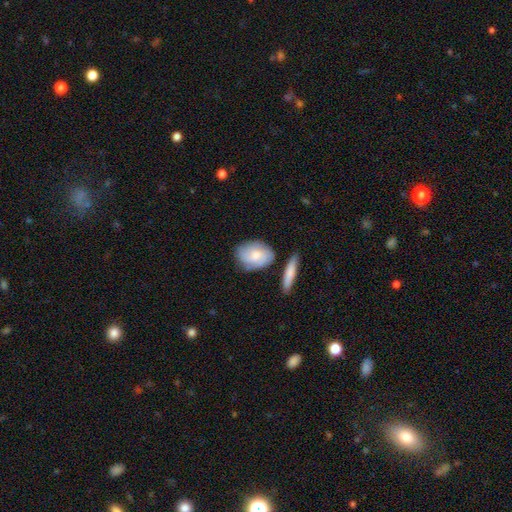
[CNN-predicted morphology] Smooth or featured?
  - smooth: 59% *
  - featured or disk: 36%
  - star or artifact: 6%
How rounded?
  - in between: 75% *
  - round: 22%
  - cigar-shaped: 3%
Merging?
  - none: 69% *
  - minor disturbance: 18%
  - merger: 9%
  - major disturbance: 4%